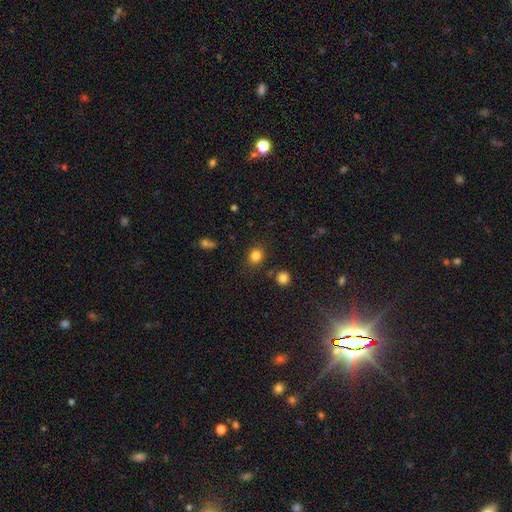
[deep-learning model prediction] This appears to be a smooth galaxy with no disk features (83%) that is round (72%). Merging: none (82%).